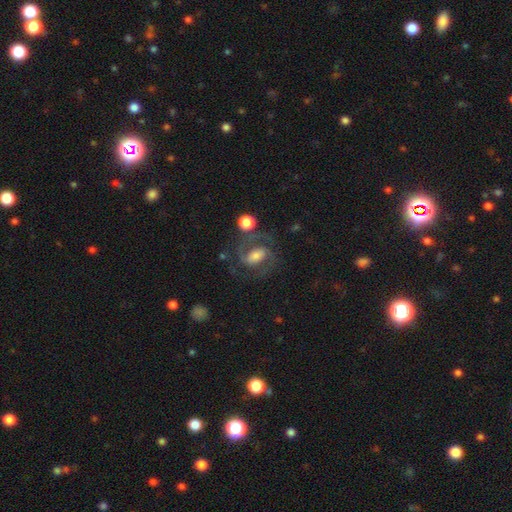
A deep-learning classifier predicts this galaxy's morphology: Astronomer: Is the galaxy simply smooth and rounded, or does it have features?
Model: featured or disk — 80%.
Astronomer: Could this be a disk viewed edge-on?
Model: no — 97%.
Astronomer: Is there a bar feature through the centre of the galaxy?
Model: weak — 42% (runner-up: strong, 33%).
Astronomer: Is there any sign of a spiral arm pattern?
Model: yes — 95%.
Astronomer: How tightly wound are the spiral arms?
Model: medium — 58%.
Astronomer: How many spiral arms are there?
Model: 2 — 89%.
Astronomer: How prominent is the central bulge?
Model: moderate — 41% (runner-up: small, 32%).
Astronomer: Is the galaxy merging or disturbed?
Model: none — 67%.